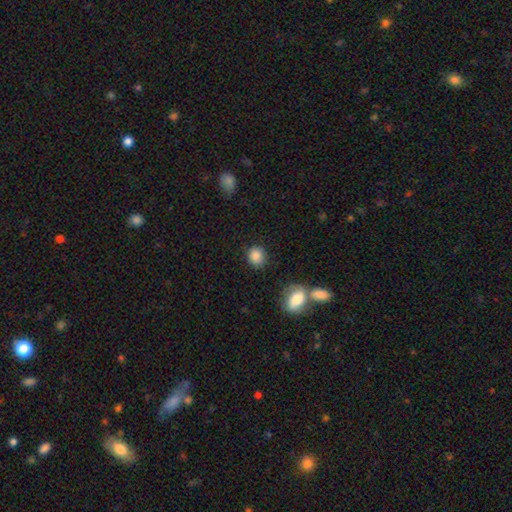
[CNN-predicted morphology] smooth 86%, star or artifact 9%, featured or disk 5%. Down the decision tree: how rounded — round (73%); merging — none (81%).